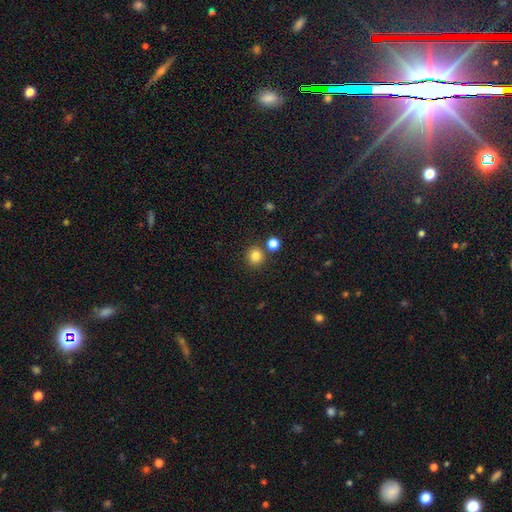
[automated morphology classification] The model was most divided on "smooth or featured": smooth: 82%, star or artifact: 13%, featured or disk: 5%. More confident: how rounded — round (93%); merging — none (81%).